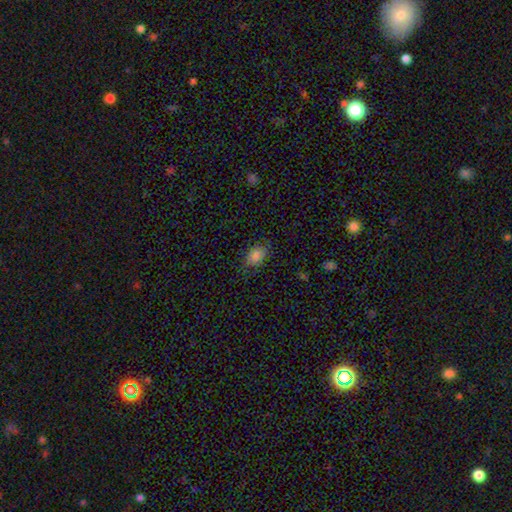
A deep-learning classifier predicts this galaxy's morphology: Q: Smooth or featured?
A: smooth (82%); runner-up: star or artifact (11%)
Q: How rounded?
A: in between (78%); runner-up: round (20%)
Q: Merging?
A: none (76%); runner-up: minor disturbance (18%)